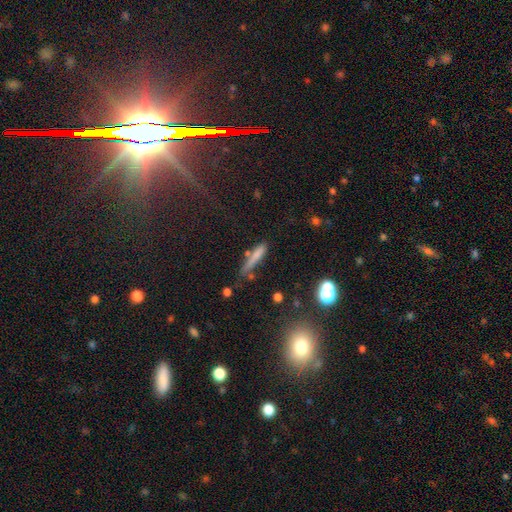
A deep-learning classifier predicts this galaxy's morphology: The model was most divided on "merging": none: 57%, minor disturbance: 24%, merger: 10%, major disturbance: 9%. More confident: how rounded — cigar-shaped (87%); smooth or featured — smooth (71%).